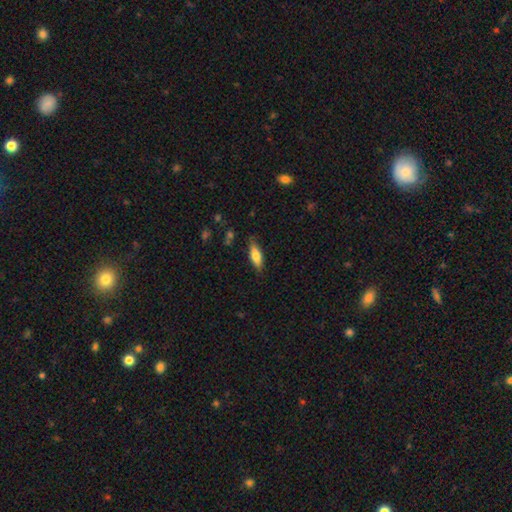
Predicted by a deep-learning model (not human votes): The model was most divided on "how rounded": in between: 60%, cigar-shaped: 38%, round: 2%. More confident: merging — none (82%); smooth or featured — smooth (73%).